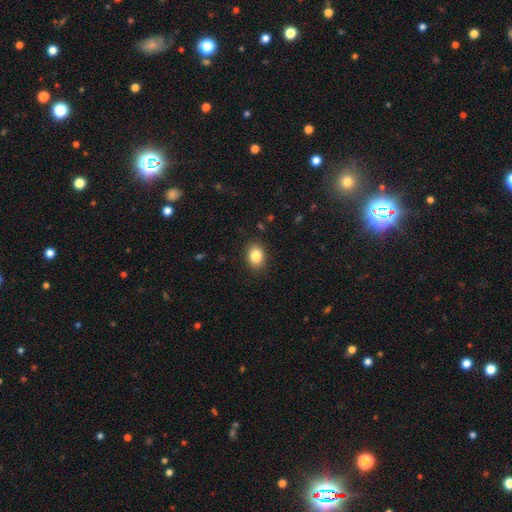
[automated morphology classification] type=smooth (84%); roundness=in between (66%); merging=none (88%).